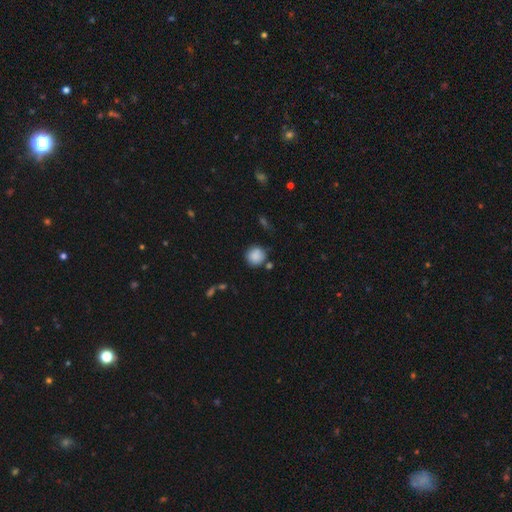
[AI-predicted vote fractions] A smooth galaxy with no disk features (88%) that is round (90%). Merging: none (77%).